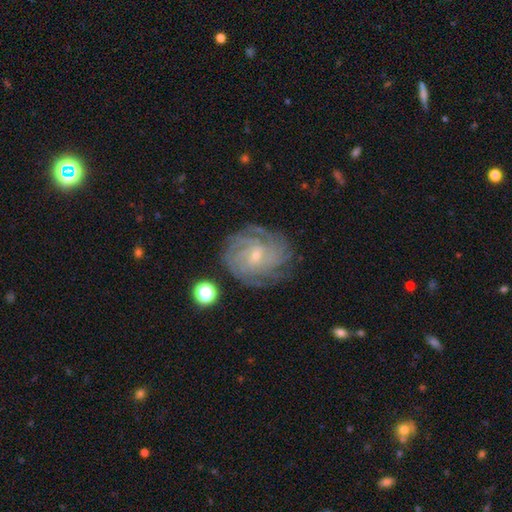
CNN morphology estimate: Smooth or featured: featured or disk — 85% (smooth — 7%)
Edge-on disk: no — 97% (yes — 3%)
Bar: no — 50% (weak — 40%)
Spiral arms: yes — 97% (no — 3%)
Spiral winding: tight — 75% (medium — 21%)
Spiral arm count: 4 — 28% (can't tell — 25%)
Bulge size: small — 82% (moderate — 14%)
Merging: none — 79% (minor disturbance — 14%)